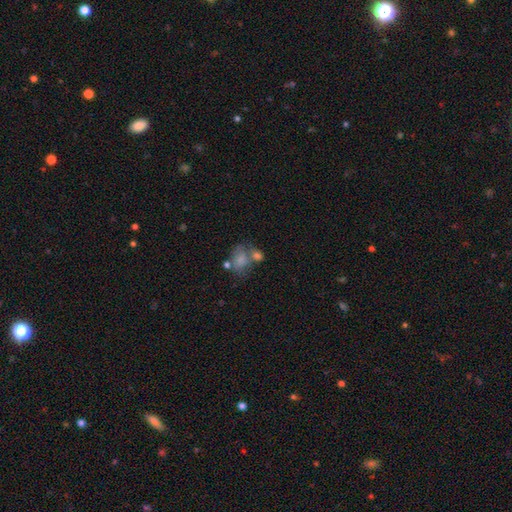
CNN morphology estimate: Q: Smooth or featured?
A: smooth (62%); runner-up: featured or disk (22%)
Q: How rounded?
A: in between (65%); runner-up: round (33%)
Q: Merging?
A: merger (37%); runner-up: none (35%)